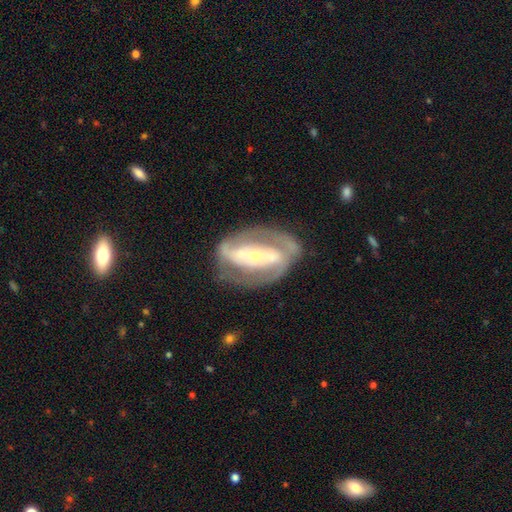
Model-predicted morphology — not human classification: A featured or disk galaxy (83%) with a strong bar (63%), 2 (79%) tight (46%) spiral arms (80%) and a small central bulge (66%). Merging: none (72%).